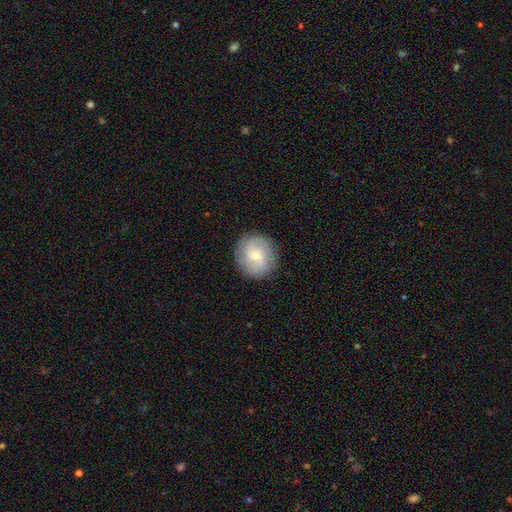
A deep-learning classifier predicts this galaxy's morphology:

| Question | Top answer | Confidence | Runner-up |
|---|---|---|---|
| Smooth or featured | featured or disk | 60% | smooth (33%) |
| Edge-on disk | no | 97% | yes (3%) |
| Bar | no | 54% | weak (38%) |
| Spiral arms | yes | 86% | no (14%) |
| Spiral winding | tight | 45% | medium (40%) |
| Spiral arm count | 2 | 40% | can't tell (26%) |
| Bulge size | small | 56% | moderate (40%) |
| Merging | none | 86% | minor disturbance (10%) |